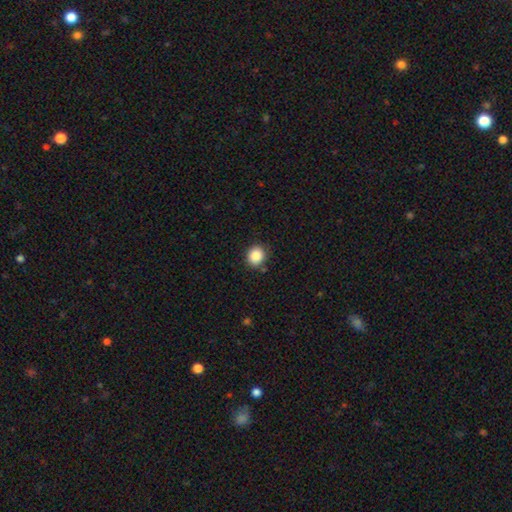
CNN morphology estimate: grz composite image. It shows a smooth galaxy with no disk features (86%) that is round (79%). Merging: none (84%).